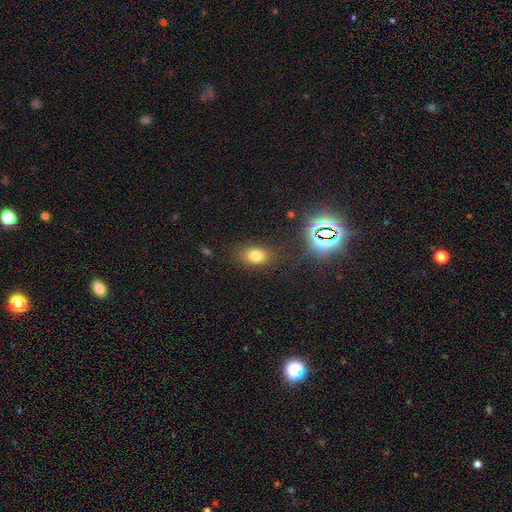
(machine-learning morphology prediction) Smooth or featured? Predicted: smooth (p=0.73). How rounded? Predicted: in between (p=0.79). Merging? Predicted: none (p=0.82).